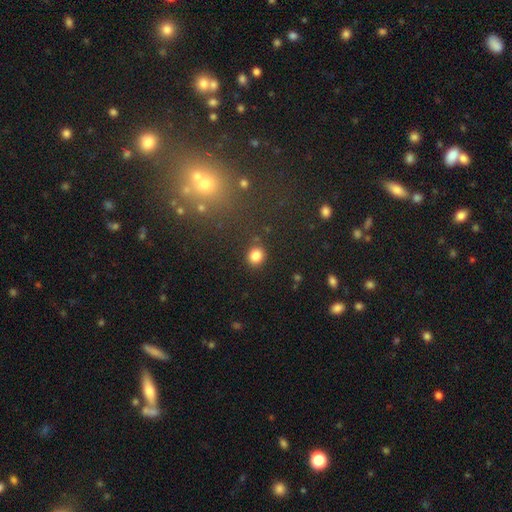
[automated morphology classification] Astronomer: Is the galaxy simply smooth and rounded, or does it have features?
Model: smooth — 83%.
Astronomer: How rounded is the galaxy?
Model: round — 75%.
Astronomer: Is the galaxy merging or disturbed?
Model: none — 88%.